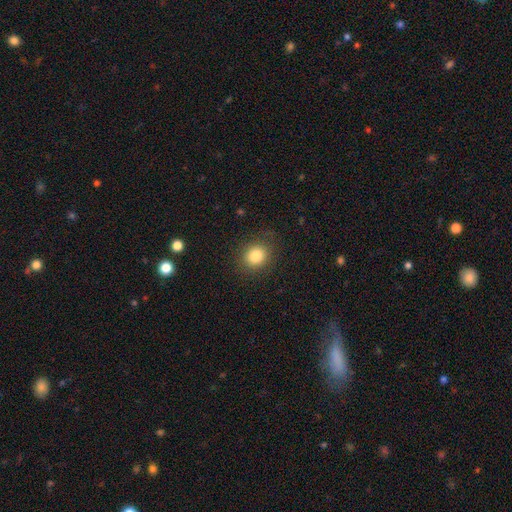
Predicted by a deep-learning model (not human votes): Smooth or featured?
  - smooth: 83% *
  - star or artifact: 11%
  - featured or disk: 7%
How rounded?
  - round: 72% *
  - in between: 27%
  - cigar-shaped: 1%
Merging?
  - none: 86% *
  - minor disturbance: 9%
  - major disturbance: 4%
  - merger: 1%